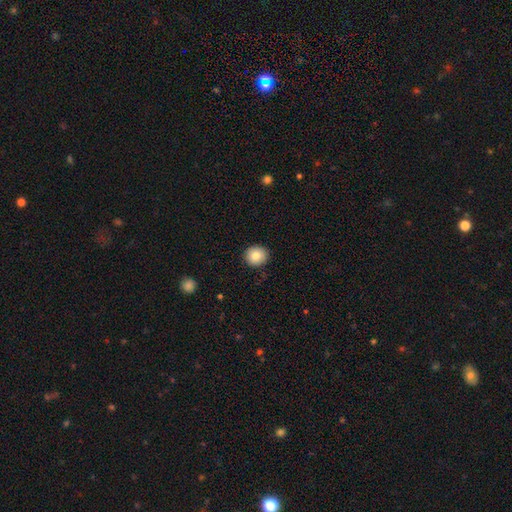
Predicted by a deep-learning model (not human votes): Smooth or featured? Predicted: smooth (p=0.82). How rounded? Predicted: round (p=0.87). Merging? Predicted: none (p=0.91).